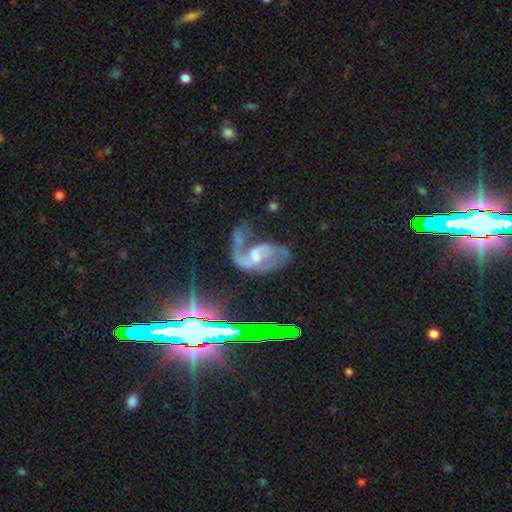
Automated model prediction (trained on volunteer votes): smooth_or_featured: featured or disk (p=0.78) [alt: star or artifact p=0.11]
disk_edge_on: no (p=0.97) [alt: yes p=0.03]
bar: weak (p=0.44) [alt: no p=0.38]
has_spiral_arms: yes (p=0.88) [alt: no p=0.12]
spiral_winding: loose (p=0.51) [alt: medium p=0.38]
spiral_arm_count: 2 (p=0.67) [alt: 1 p=0.21]
bulge_size: moderate (p=0.40) [alt: small p=0.37]
merging: major disturbance (p=0.36) [alt: none p=0.32]